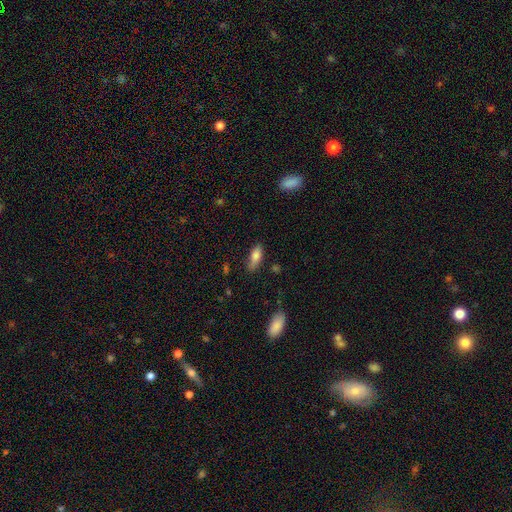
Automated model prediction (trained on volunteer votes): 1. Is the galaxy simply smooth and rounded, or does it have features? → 79% smooth, 13% featured or disk, 7% star or artifact.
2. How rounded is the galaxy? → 70% in between, 27% cigar-shaped, 2% round.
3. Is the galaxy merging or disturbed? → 72% none, 21% minor disturbance, 4% major disturbance, 2% merger.